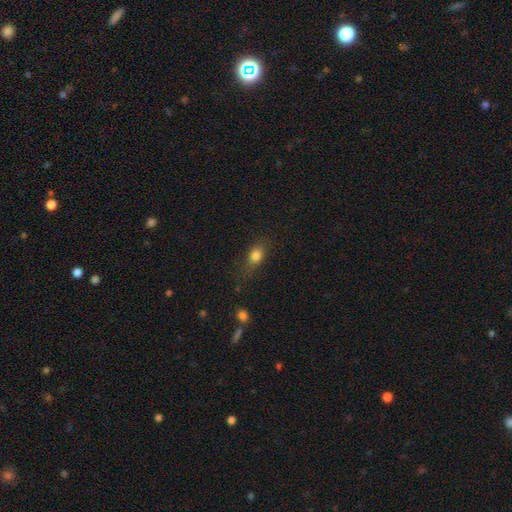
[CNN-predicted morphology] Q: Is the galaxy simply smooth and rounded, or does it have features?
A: smooth — 81%.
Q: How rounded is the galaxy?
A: in between — 59%.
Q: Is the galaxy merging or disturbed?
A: none — 65%.